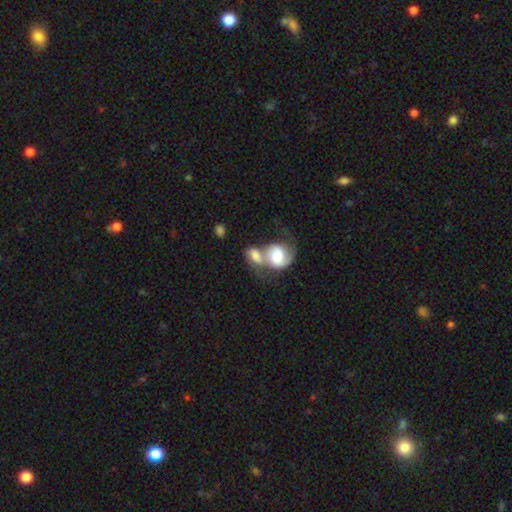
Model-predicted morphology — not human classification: type=smooth (54%); roundness=in between (63%); merging=merger (74%).